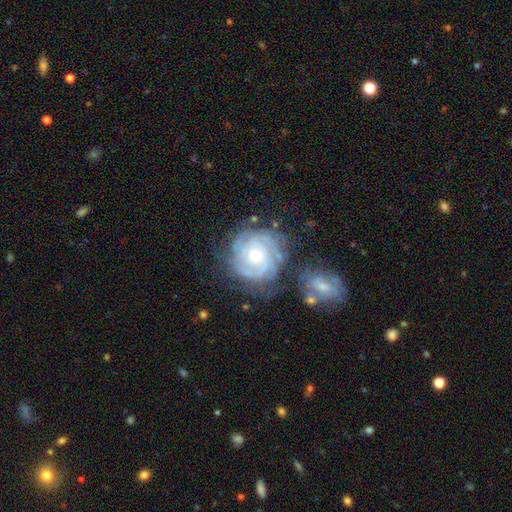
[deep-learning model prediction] Overall: featured or disk (86%). Edge-on disk: no (98%). Bar: no (75%). Spiral arms: yes (97%). Spiral arm count: can't tell (26%, tied with 3). Spiral winding: tight (81%). Bulge size: moderate (52%; small 44%). Merging: none (69%).